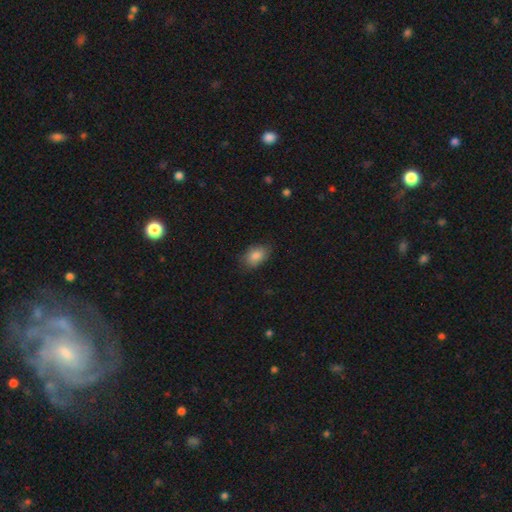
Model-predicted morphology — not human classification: Overall: smooth (86%). How rounded: in between (86%). Merging: none (78%).